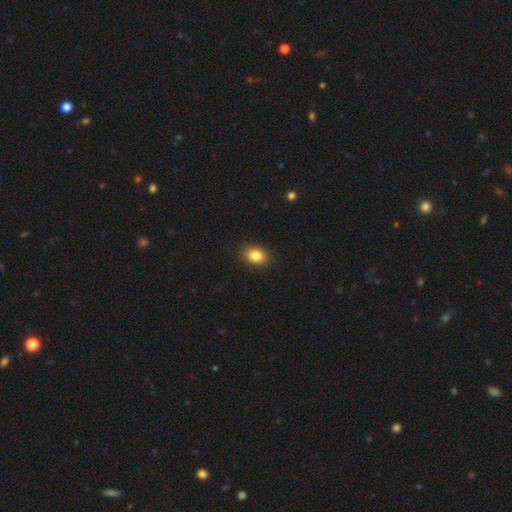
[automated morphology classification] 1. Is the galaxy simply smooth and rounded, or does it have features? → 84% smooth, 10% star or artifact, 6% featured or disk.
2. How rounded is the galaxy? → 61% in between, 38% round, 1% cigar-shaped.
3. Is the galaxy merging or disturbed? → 89% none, 8% minor disturbance, 2% major disturbance, 1% merger.